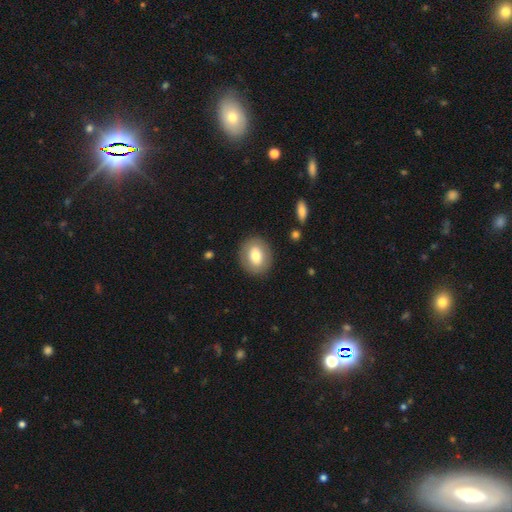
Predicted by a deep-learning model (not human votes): Morphology: type=smooth (72%); roundness=round (56%); merging=none (87%).